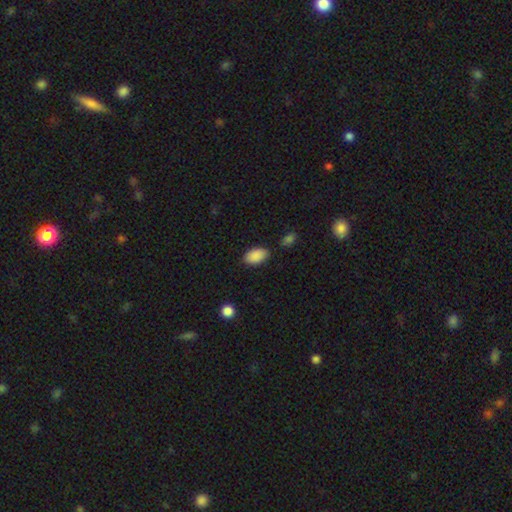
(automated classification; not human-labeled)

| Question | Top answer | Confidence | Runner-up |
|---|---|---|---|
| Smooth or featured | smooth | 89% | star or artifact (7%) |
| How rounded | in between | 93% | round (5%) |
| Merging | none | 80% | minor disturbance (14%) |